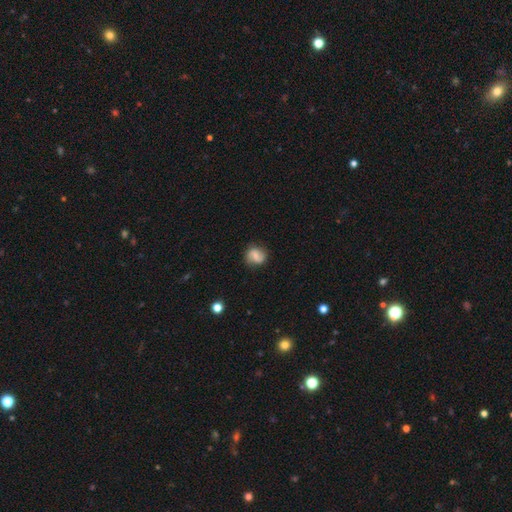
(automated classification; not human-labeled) This appears to be a featured or disk galaxy (46%). Merging: none (76%).